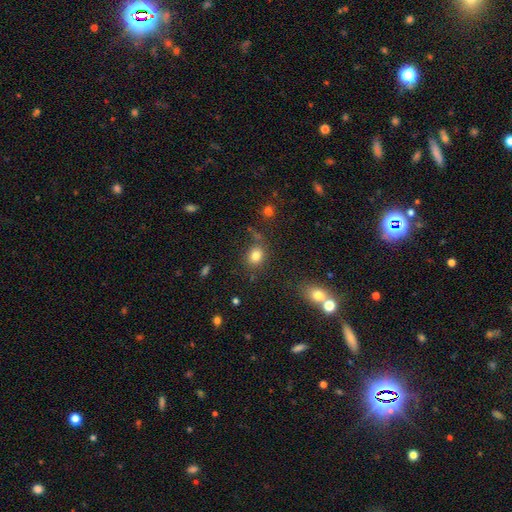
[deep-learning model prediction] Q: Smooth or featured?
A: smooth (80%); runner-up: star or artifact (13%)
Q: How rounded?
A: round (58%); runner-up: in between (41%)
Q: Merging?
A: none (74%); runner-up: minor disturbance (14%)